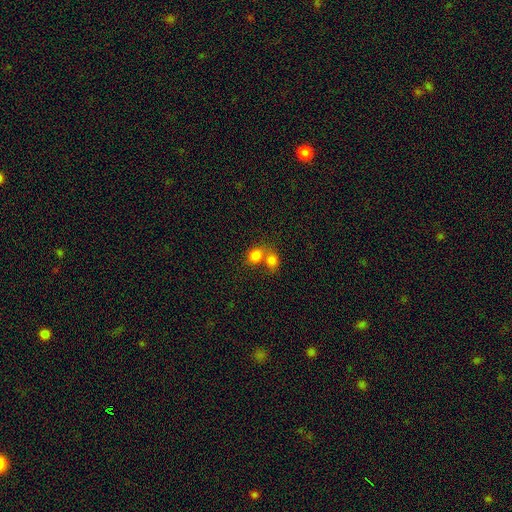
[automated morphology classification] Q: Smooth or featured?
A: smooth (81%); runner-up: star or artifact (11%)
Q: How rounded?
A: round (64%); runner-up: in between (35%)
Q: Merging?
A: merger (54%); runner-up: none (36%)